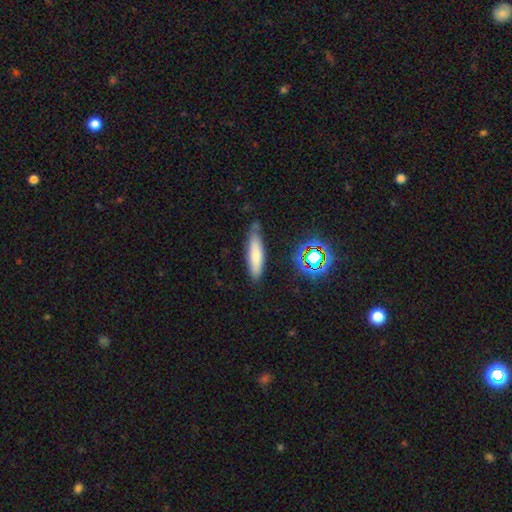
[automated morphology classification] A smooth galaxy with no disk features (72%) that is cigar-shaped (70%). Merging: none (75%).